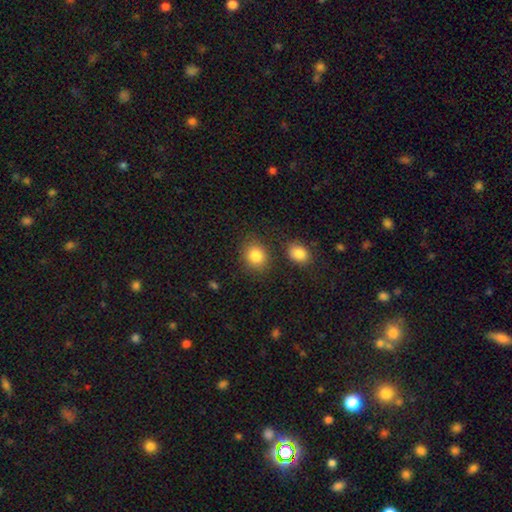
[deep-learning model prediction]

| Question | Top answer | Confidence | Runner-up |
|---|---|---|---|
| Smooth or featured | smooth | 85% | star or artifact (9%) |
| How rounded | round | 61% | in between (38%) |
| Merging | none | 80% | minor disturbance (11%) |